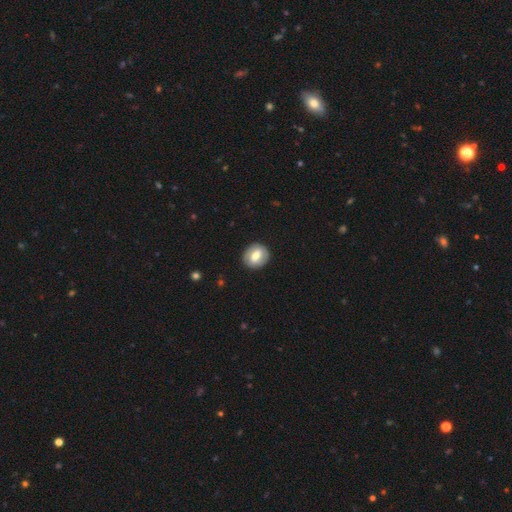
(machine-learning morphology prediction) Smooth or featured? Predicted: smooth (p=0.58). How rounded? Predicted: round (p=0.62). Merging? Predicted: none (p=0.87).